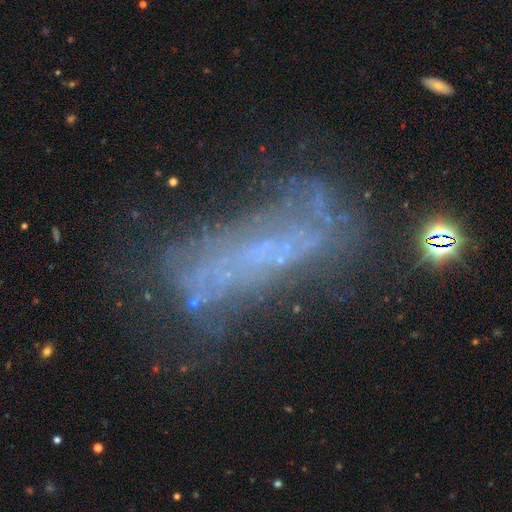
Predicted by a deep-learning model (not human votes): Smooth or featured?
  - featured or disk: 58% *
  - smooth: 25%
  - star or artifact: 18%
Edge-on disk?
  - no: 85% *
  - yes: 15%
Merging?
  - none: 39% *
  - major disturbance: 30%
  - minor disturbance: 20%
  - merger: 10%